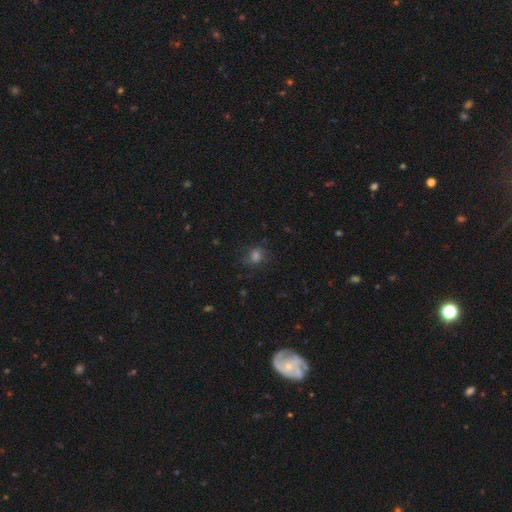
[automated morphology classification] Smooth or featured? smooth (59%)
How rounded? round (63%)
Merging? none (69%)